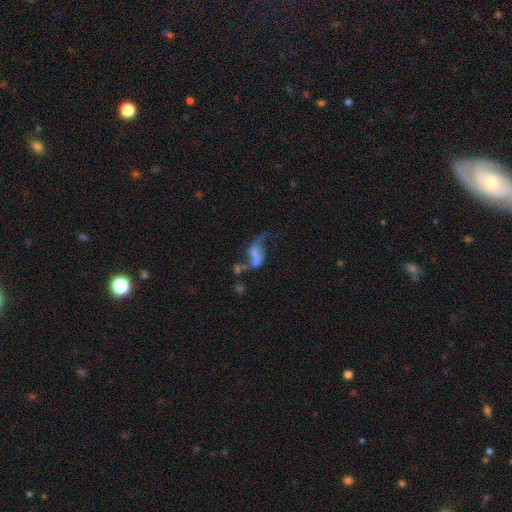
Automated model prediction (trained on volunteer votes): The model was most divided on "merging": major disturbance: 34%, merger: 28%, none: 24%, minor disturbance: 14%. More confident: edge-on disk — no (97%); spiral arms — yes (65%); smooth or featured — featured or disk (61%); bar — no (57%); bulge size — none (54%).